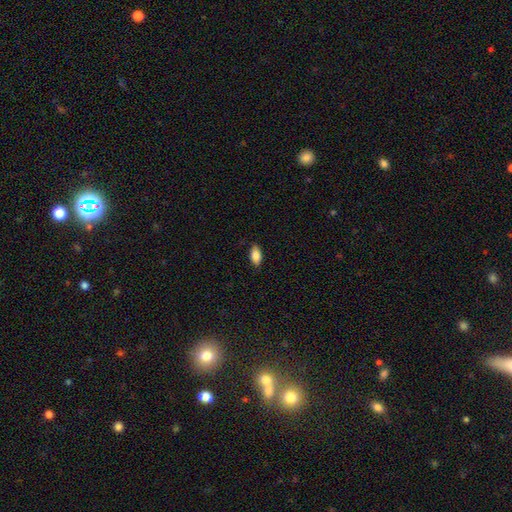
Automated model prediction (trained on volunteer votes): Smooth or featured? smooth (83%)
How rounded? in between (90%)
Merging? none (86%)